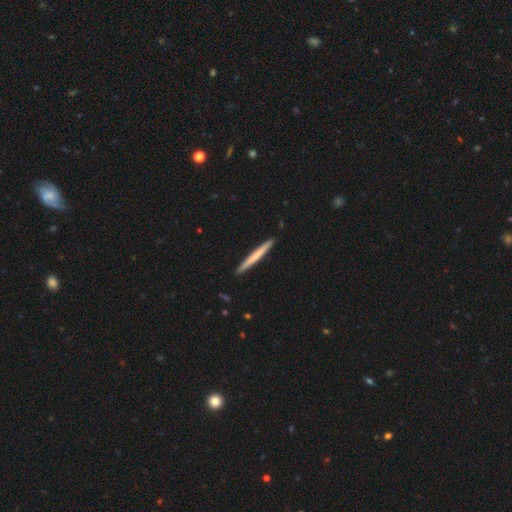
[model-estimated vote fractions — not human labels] Smooth or featured: smooth — 62% (featured or disk — 34%)
How rounded: cigar-shaped — 97% (in between — 2%)
Merging: none — 93% (minor disturbance — 5%)